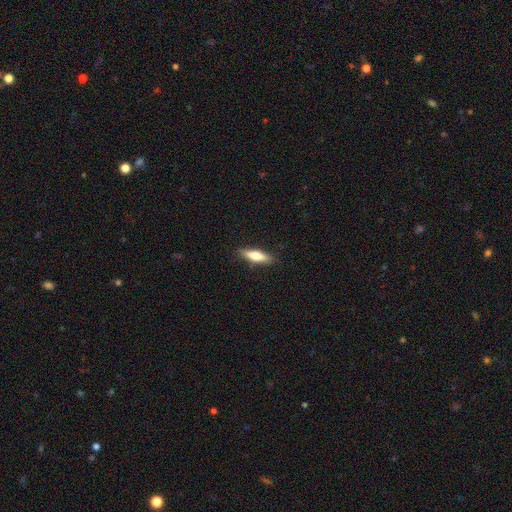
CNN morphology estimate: smooth 64%, featured or disk 30%, star or artifact 6%. Down the decision tree: how rounded — cigar-shaped (64%); merging — none (87%).